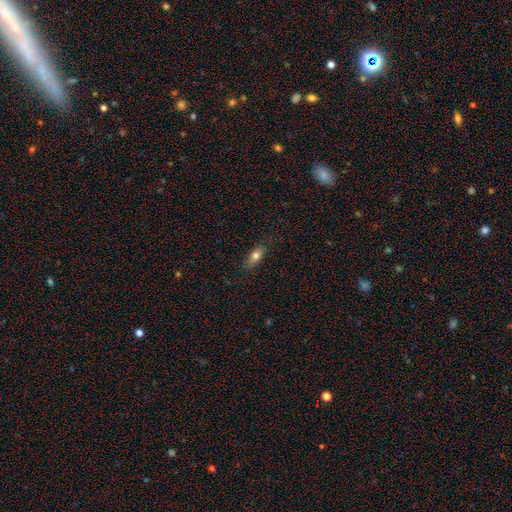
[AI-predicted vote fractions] Overall: smooth (76%). How rounded: in between (79%). Merging: none (82%).